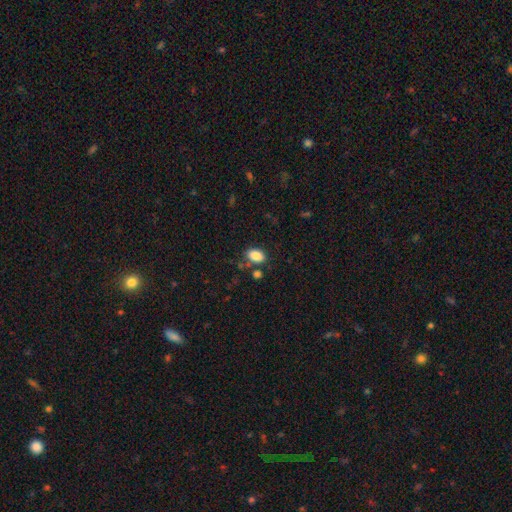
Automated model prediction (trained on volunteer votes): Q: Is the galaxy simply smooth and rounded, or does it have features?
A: smooth — 86%.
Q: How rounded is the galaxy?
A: in between — 85%.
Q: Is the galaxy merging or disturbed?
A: none — 73%.